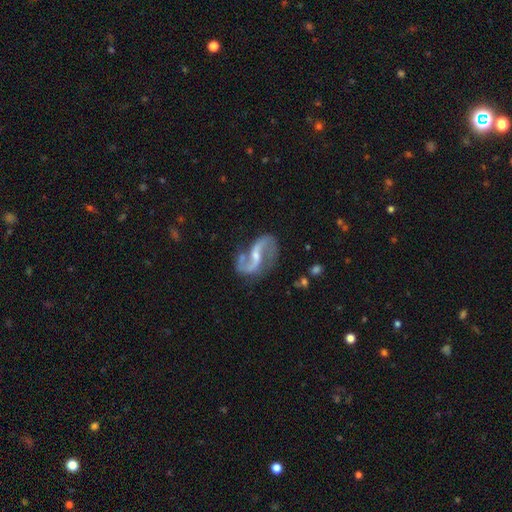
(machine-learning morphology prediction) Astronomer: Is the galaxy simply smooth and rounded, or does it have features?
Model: featured or disk — 90%.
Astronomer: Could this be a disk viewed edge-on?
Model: no — 97%.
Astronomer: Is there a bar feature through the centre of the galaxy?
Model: weak — 43% (runner-up: strong, 34%).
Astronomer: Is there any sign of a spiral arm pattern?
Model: yes — 96%.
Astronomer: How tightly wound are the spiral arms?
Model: loose — 60%.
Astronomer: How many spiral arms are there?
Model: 2 — 93%.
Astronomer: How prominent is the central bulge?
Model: small — 54% (runner-up: moderate, 34%).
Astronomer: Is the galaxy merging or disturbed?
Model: none — 68%.